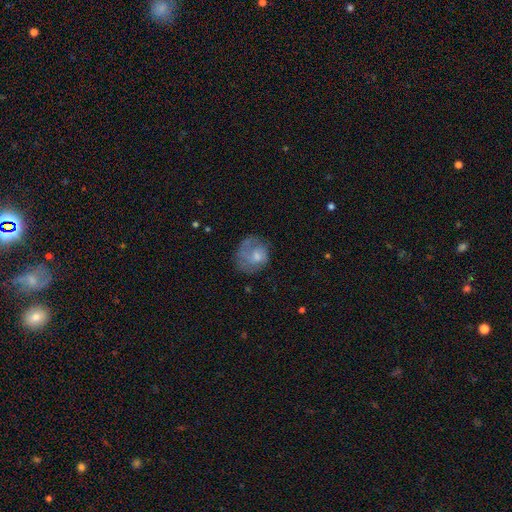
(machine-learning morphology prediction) A smooth galaxy with no disk features (57%) that is round (67%). Merging: none (45%).